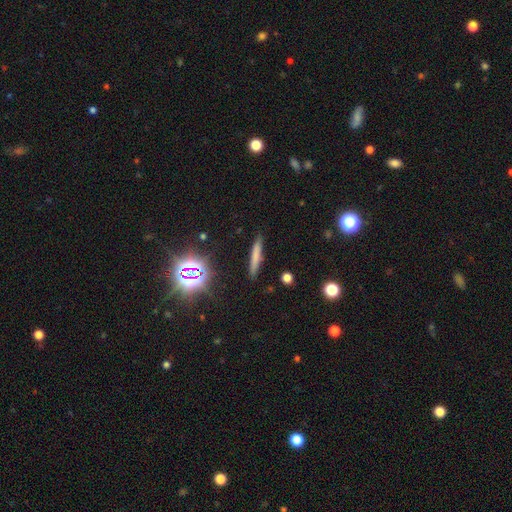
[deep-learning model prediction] smooth-or-featured: smooth: 65% | featured or disk: 21% | star or artifact: 14%
  how-rounded: cigar-shaped: 92% | in between: 6% | round: 2%
  merging: none: 88% | minor disturbance: 9% | major disturbance: 2% | merger: 2%